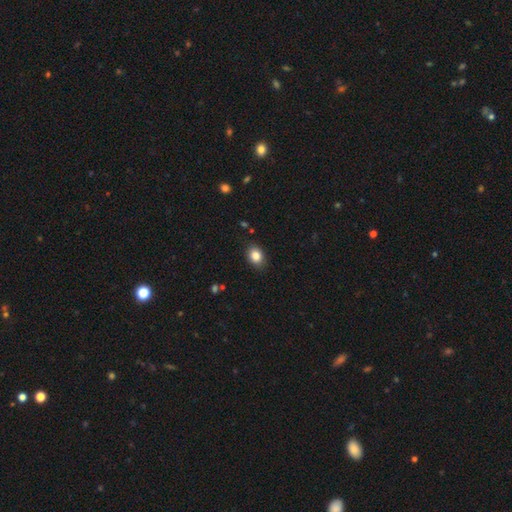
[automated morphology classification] Q: Smooth or featured?
A: smooth (85%); runner-up: star or artifact (9%)
Q: How rounded?
A: in between (65%); runner-up: round (34%)
Q: Merging?
A: none (86%); runner-up: minor disturbance (11%)